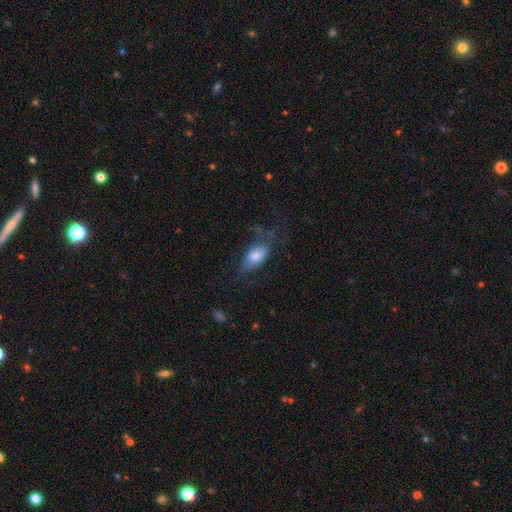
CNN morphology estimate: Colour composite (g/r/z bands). It shows a smooth galaxy with no disk features (68%) that is in between round and cigar-shaped (86%). Merging: none (45%).